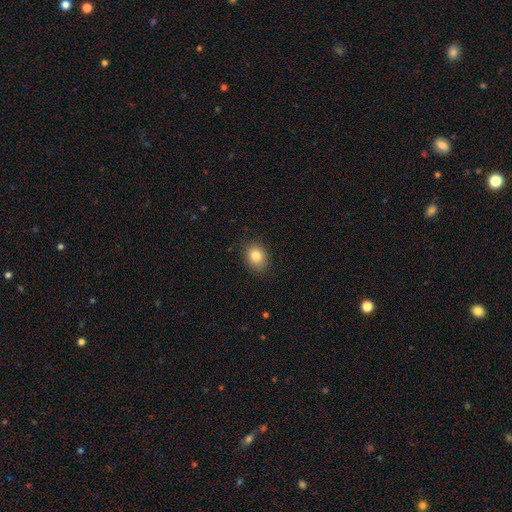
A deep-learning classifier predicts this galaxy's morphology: Overall: smooth (84%). How rounded: in between (50%; round 49%). Merging: none (87%).